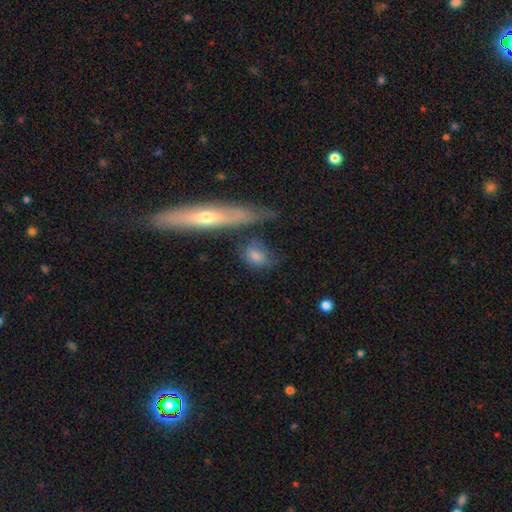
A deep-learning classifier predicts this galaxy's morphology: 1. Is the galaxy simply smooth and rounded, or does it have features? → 73% smooth, 17% featured or disk, 10% star or artifact.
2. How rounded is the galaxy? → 53% in between, 36% round, 10% cigar-shaped.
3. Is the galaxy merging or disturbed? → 55% none, 20% minor disturbance, 14% merger, 11% major disturbance.